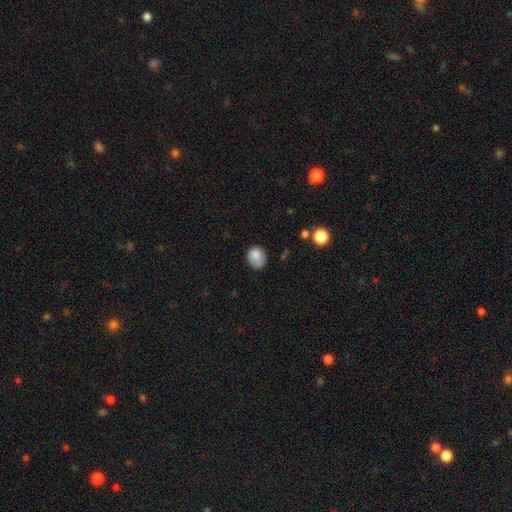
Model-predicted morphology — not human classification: The model was most divided on "how rounded": round: 56%, in between: 43%, cigar-shaped: 1%. More confident: smooth or featured — smooth (82%); merging — none (60%).